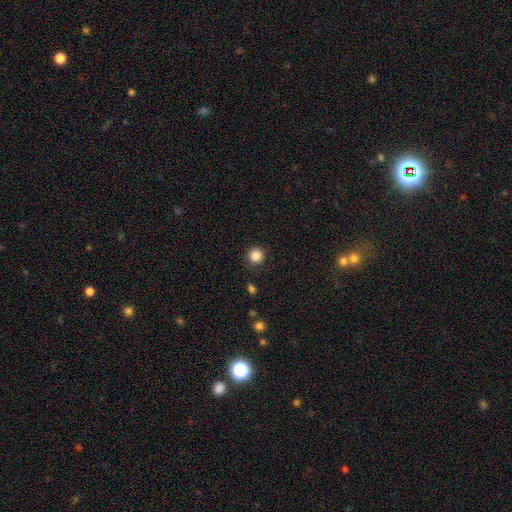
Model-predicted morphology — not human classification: Smooth or featured? smooth (86%)
How rounded? round (94%)
Merging? none (89%)